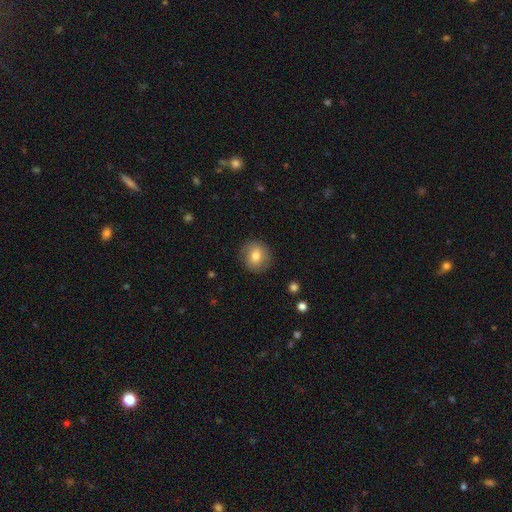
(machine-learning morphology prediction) Smooth or featured: smooth — 75% (featured or disk — 16%)
How rounded: round — 86% (in between — 13%)
Merging: none — 86% (minor disturbance — 10%)